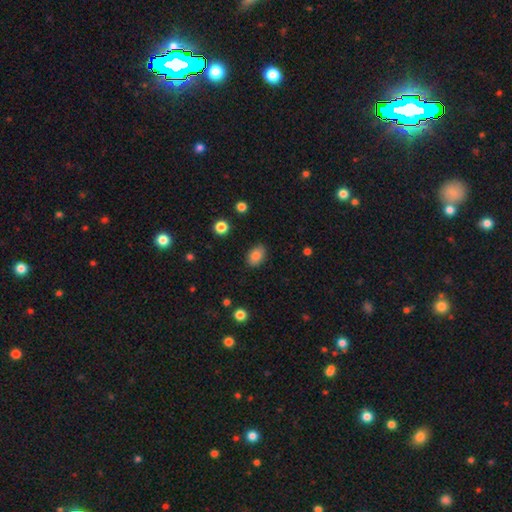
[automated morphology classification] smooth 84%, star or artifact 9%, featured or disk 7%. Down the decision tree: how rounded — in between (81%); merging — none (84%).